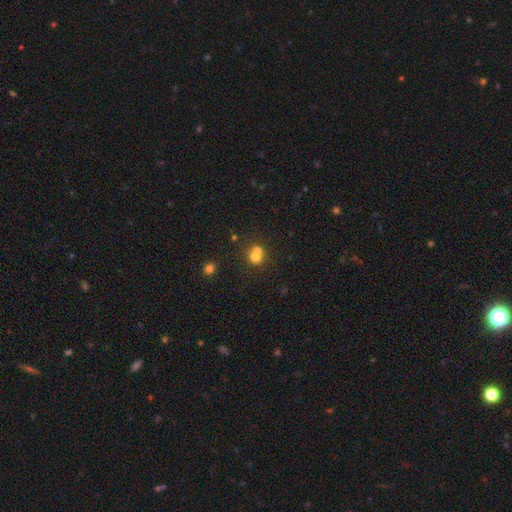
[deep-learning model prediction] smooth 69%, featured or disk 18%, star or artifact 13%. Down the decision tree: how rounded — round (78%); merging — merger (57%).